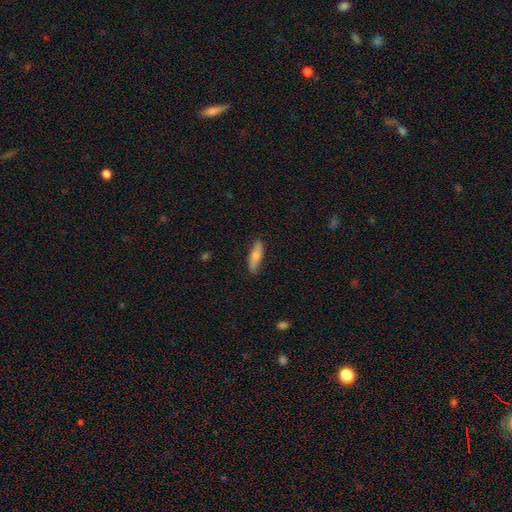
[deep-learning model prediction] Q: Smooth or featured?
A: smooth (71%); runner-up: featured or disk (23%)
Q: How rounded?
A: in between (50%); runner-up: cigar-shaped (48%)
Q: Merging?
A: none (83%); runner-up: minor disturbance (13%)